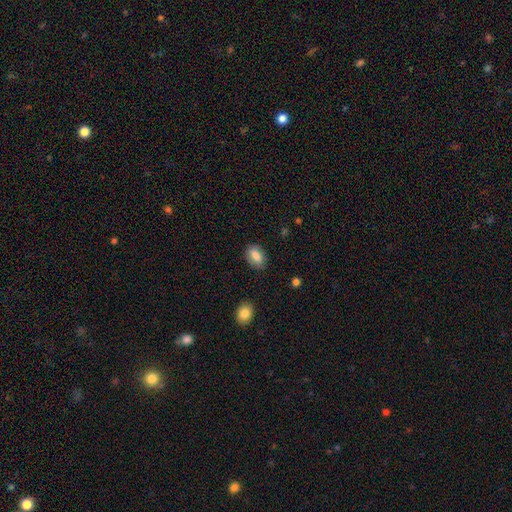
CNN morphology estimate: Q: Smooth or featured?
A: smooth (83%); runner-up: featured or disk (10%)
Q: How rounded?
A: in between (86%); runner-up: round (12%)
Q: Merging?
A: none (81%); runner-up: minor disturbance (15%)